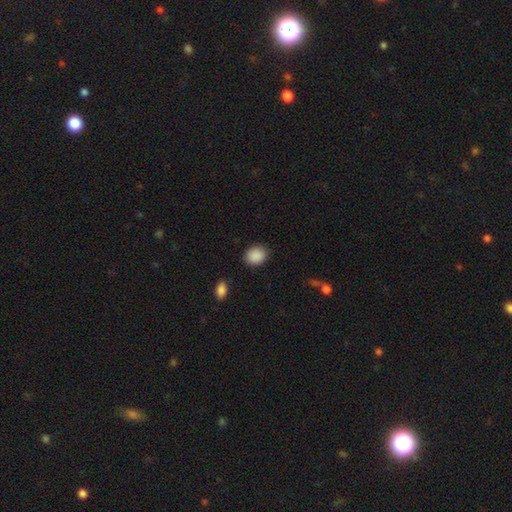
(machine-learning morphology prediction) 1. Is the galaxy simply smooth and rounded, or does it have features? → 90% smooth, 8% star or artifact, 3% featured or disk.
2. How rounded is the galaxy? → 63% round, 36% in between, 1% cigar-shaped.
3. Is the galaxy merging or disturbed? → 88% none, 8% minor disturbance, 3% major disturbance, 1% merger.